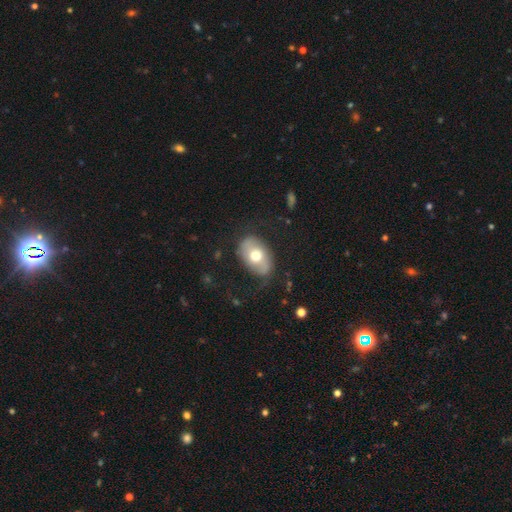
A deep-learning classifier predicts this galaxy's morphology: smooth 58%, featured or disk 36%, star or artifact 7%. Down the decision tree: how rounded — in between (84%); merging — none (67%).